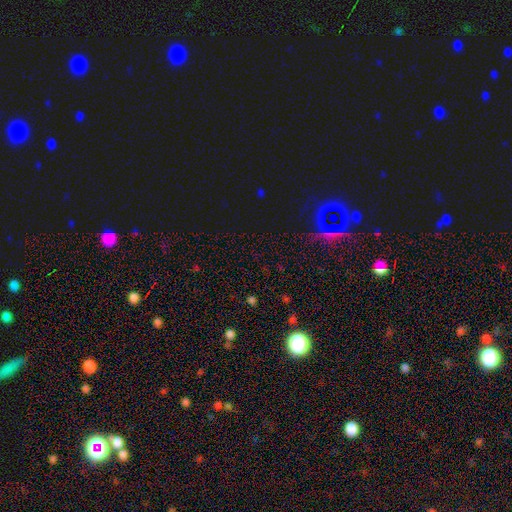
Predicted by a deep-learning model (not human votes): smooth-or-featured: star or artifact: 71% | smooth: 21% | featured or disk: 8%